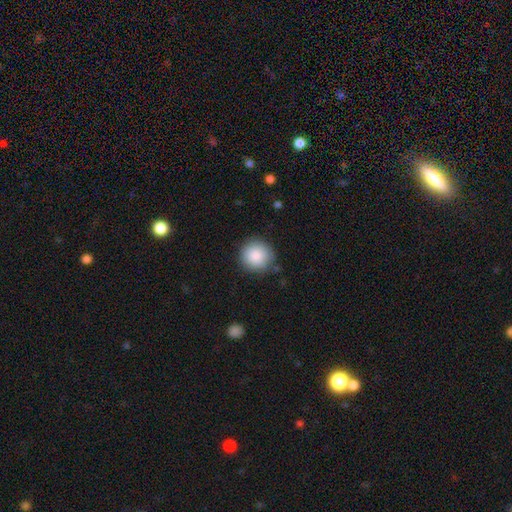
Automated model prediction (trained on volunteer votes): Smooth or featured: smooth — 88% (star or artifact — 7%)
How rounded: round — 94% (in between — 5%)
Merging: none — 86% (minor disturbance — 10%)